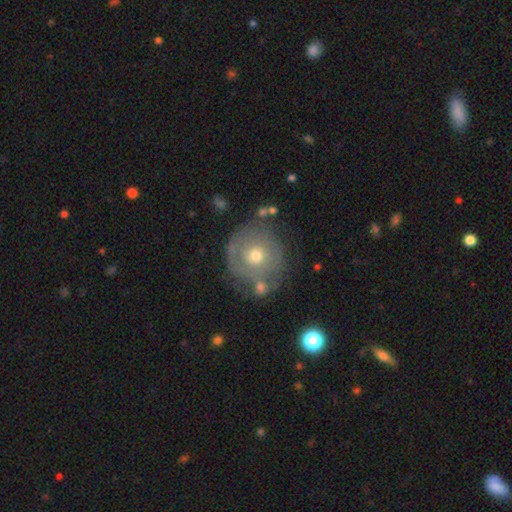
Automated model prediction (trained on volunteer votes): A featured or disk galaxy (56%) with no bar (88%), spiral arms (54%) and a moderate central bulge (68%).

Vote fractions:
- Smooth or featured? featured or disk: 56% / smooth: 34% / star or artifact: 10%
- Edge-on disk? no: 96% / yes: 4%
- Bar? no: 88% / weak: 9% / strong: 2%
- Spiral arms? yes: 54% / no: 46%
- Bulge size? moderate: 68% / small: 25% / large: 4% / none: 1% / dominant: 1%
- Merging? none: 72% / minor disturbance: 15% / merger: 7% / major disturbance: 6%